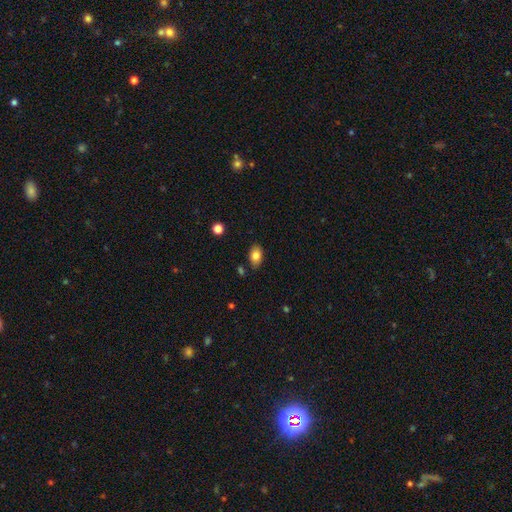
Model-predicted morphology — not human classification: This is clearly a smooth galaxy (81%). How rounded: clearly in between (89%). Merging: clearly none (81%).